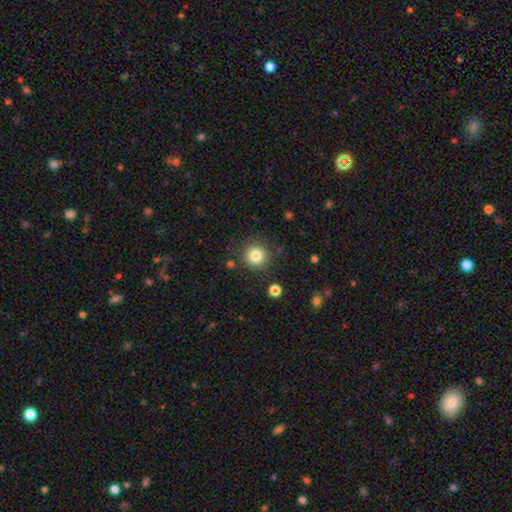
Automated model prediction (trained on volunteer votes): Smooth or featured?
  - smooth: 83% *
  - star or artifact: 11%
  - featured or disk: 6%
How rounded?
  - round: 94% *
  - in between: 5%
  - cigar-shaped: 1%
Merging?
  - none: 87% *
  - minor disturbance: 8%
  - major disturbance: 3%
  - merger: 3%